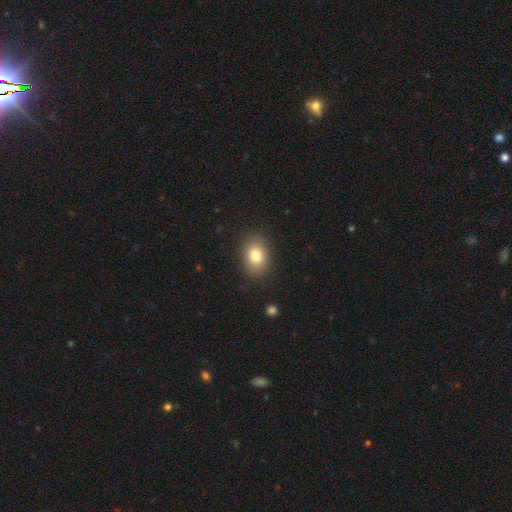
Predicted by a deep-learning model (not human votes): This is clearly a smooth galaxy (80%). How rounded: likely in between (72%). Merging: clearly none (87%).